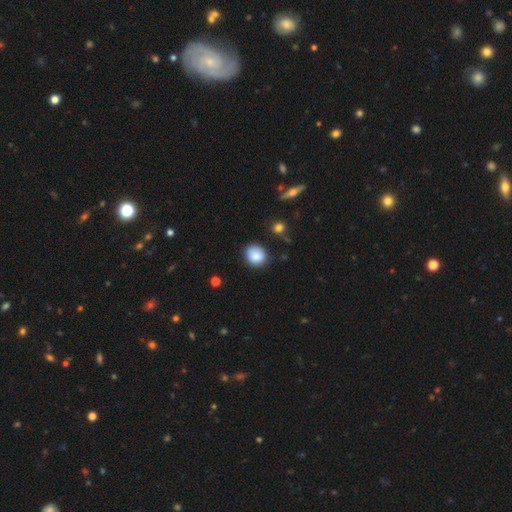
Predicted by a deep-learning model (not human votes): smooth_or_featured: smooth (p=0.85) [alt: star or artifact p=0.09]
how_rounded: round (p=0.78) [alt: in between p=0.21]
merging: none (p=0.79) [alt: minor disturbance p=0.16]